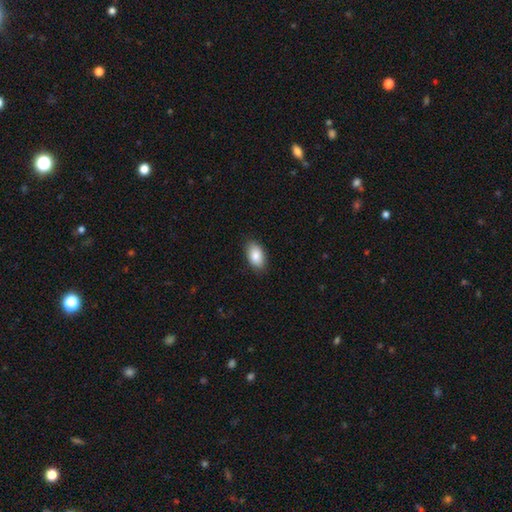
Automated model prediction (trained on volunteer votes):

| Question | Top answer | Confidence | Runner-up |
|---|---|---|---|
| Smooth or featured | smooth | 86% | featured or disk (7%) |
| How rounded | in between | 93% | round (6%) |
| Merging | none | 86% | minor disturbance (11%) |